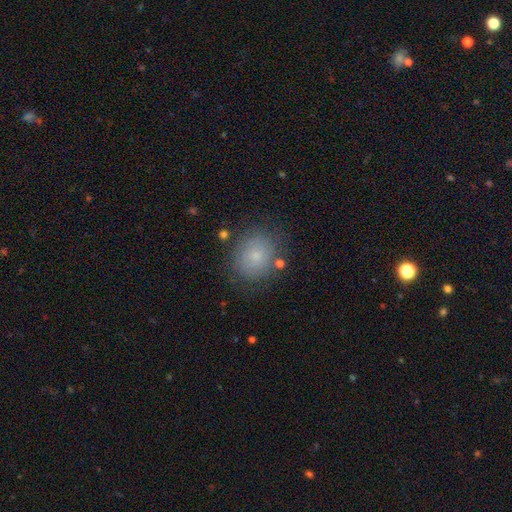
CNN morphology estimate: Smooth or featured: smooth — 68% (featured or disk — 17%)
How rounded: round — 74% (in between — 25%)
Merging: none — 80% (minor disturbance — 13%)